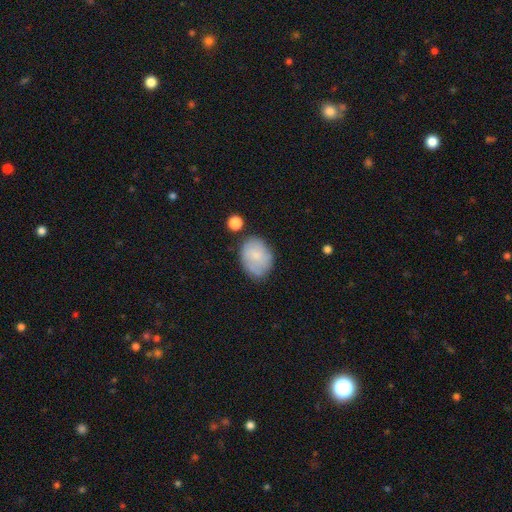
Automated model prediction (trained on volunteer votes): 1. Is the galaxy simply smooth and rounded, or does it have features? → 74% smooth, 18% featured or disk, 8% star or artifact.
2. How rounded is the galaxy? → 70% in between, 28% round, 1% cigar-shaped.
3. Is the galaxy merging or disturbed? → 62% none, 24% minor disturbance, 7% major disturbance, 7% merger.